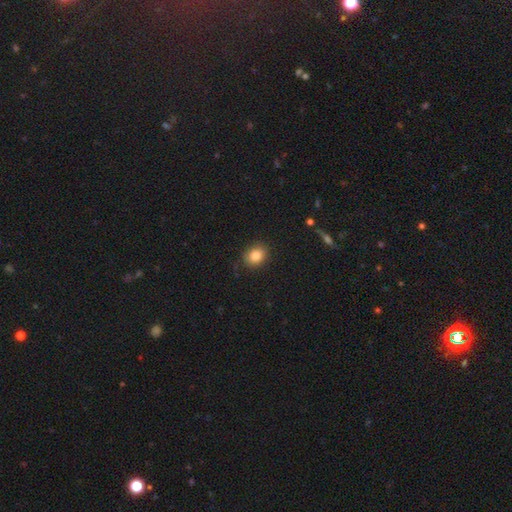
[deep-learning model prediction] Morphology: type=smooth (84%); roundness=round (54%); merging=none (87%).